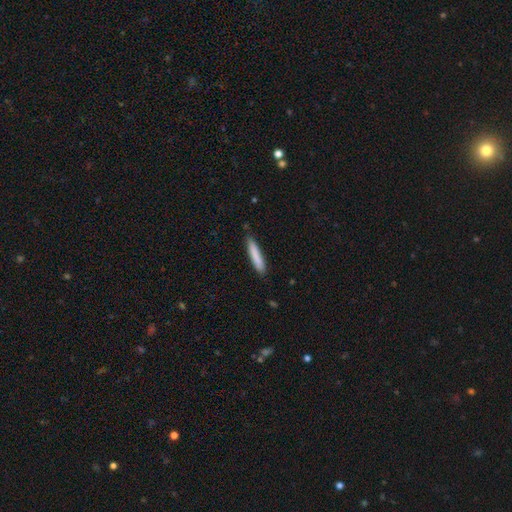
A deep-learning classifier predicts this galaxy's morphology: Smooth or featured? smooth (83%)
How rounded? cigar-shaped (91%)
Merging? none (85%)